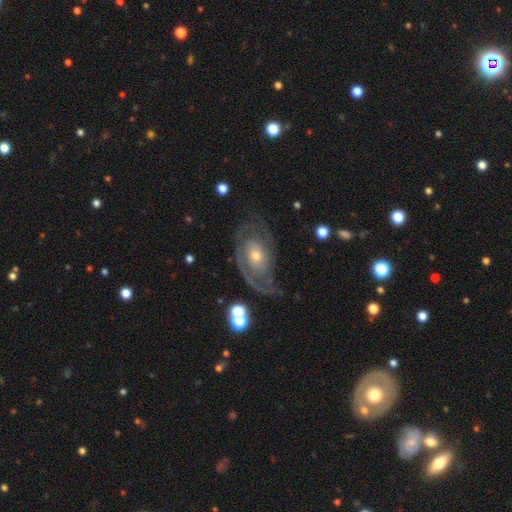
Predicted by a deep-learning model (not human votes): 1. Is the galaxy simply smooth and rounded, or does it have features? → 84% featured or disk, 11% smooth, 6% star or artifact.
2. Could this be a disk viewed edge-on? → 96% no, 4% yes.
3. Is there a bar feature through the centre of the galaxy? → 75% no, 21% weak, 5% strong.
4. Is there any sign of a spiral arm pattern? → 89% yes, 11% no.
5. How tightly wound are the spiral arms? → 52% tight, 35% medium, 13% loose.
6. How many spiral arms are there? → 48% 2, 23% can't tell, 15% 1, 8% 3, 3% 4, 3% more than 4.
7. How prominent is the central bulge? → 48% moderate, 47% small, 3% large, 1% none, 1% dominant.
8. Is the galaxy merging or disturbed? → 63% none, 19% minor disturbance, 15% major disturbance, 3% merger.